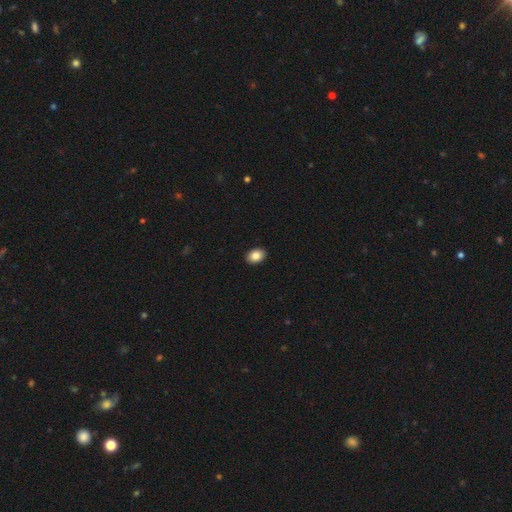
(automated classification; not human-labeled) A smooth galaxy with no disk features (86%) that is in between round and cigar-shaped (77%).

Vote fractions:
- Smooth or featured? smooth: 86% / star or artifact: 8% / featured or disk: 6%
- How rounded? in between: 77% / round: 22% / cigar-shaped: 1%
- Merging? none: 92% / minor disturbance: 6% / major disturbance: 2% / merger: 1%